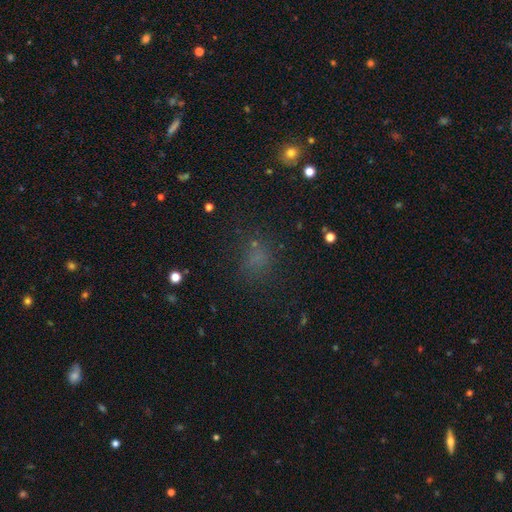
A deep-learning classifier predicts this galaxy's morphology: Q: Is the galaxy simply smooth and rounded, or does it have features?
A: smooth — 57%.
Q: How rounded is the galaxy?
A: round — 64%.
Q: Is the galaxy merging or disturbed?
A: none — 74%.